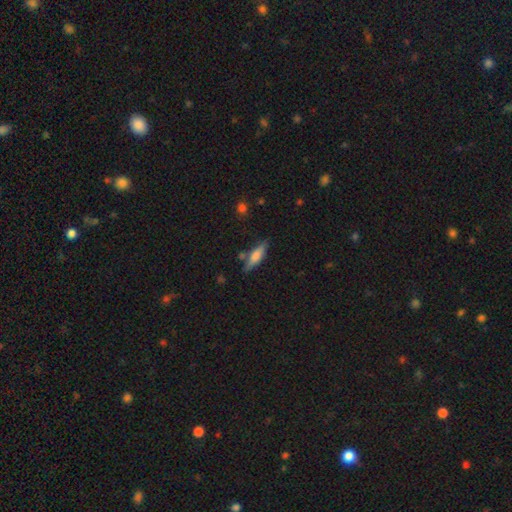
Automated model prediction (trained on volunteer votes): Smooth or featured?
  - smooth: 55% *
  - featured or disk: 38%
  - star or artifact: 7%
How rounded?
  - cigar-shaped: 65% *
  - in between: 33%
  - round: 2%
Merging?
  - none: 77% *
  - minor disturbance: 14%
  - merger: 5%
  - major disturbance: 3%